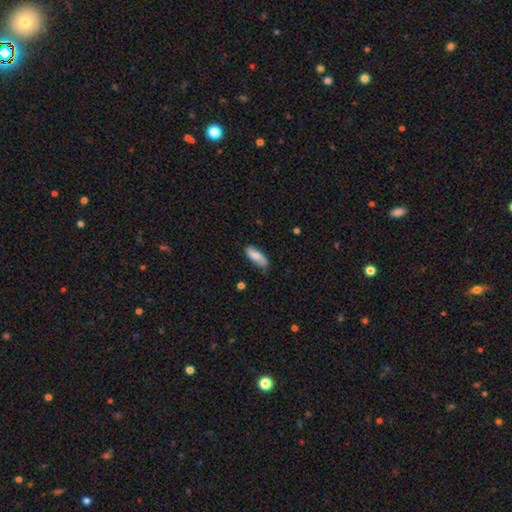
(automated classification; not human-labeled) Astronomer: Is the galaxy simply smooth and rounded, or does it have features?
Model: smooth — 72%.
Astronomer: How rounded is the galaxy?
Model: in between — 73%.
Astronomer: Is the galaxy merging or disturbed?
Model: none — 69%.